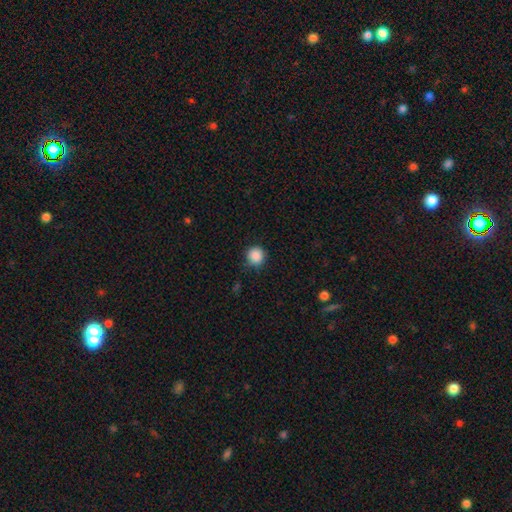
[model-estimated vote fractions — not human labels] Smooth or featured? smooth (88%)
How rounded? round (94%)
Merging? none (86%)